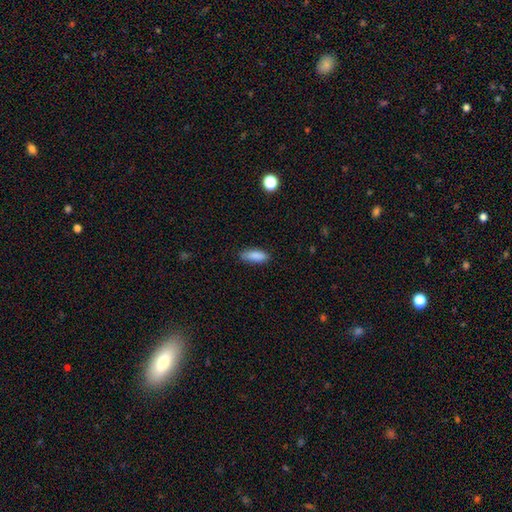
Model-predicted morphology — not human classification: A smooth galaxy with no disk features (88%) that is in between round and cigar-shaped (73%).

Vote fractions:
- Smooth or featured? smooth: 88% / star or artifact: 7% / featured or disk: 6%
- How rounded? in between: 73% / cigar-shaped: 25% / round: 2%
- Merging? none: 83% / minor disturbance: 13% / major disturbance: 2% / merger: 1%